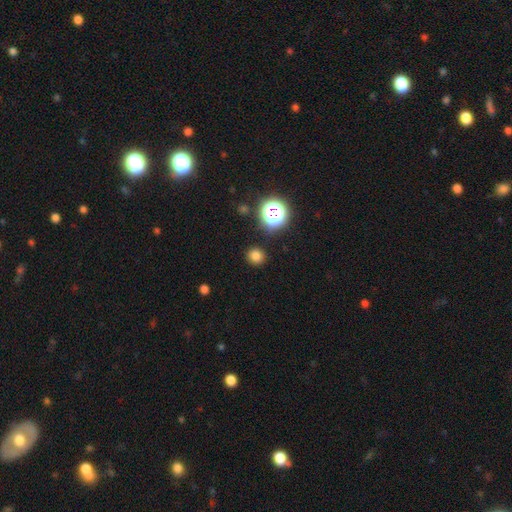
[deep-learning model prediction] Smooth or featured: smooth — 76% (star or artifact — 19%)
How rounded: round — 91% (in between — 8%)
Merging: none — 90% (minor disturbance — 6%)